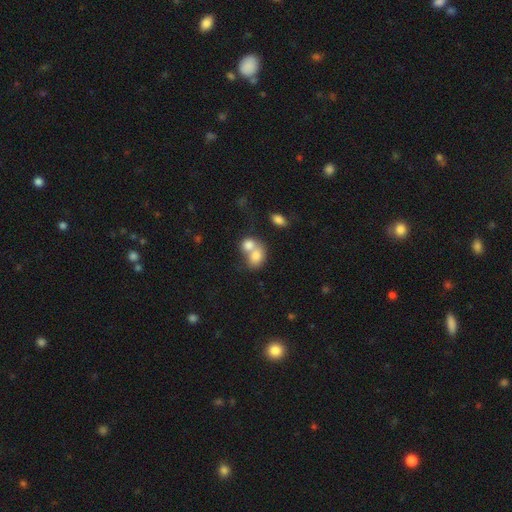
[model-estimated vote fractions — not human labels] A smooth galaxy with no disk features (77%) that is in between round and cigar-shaped (60%). Merging: merger (69%).